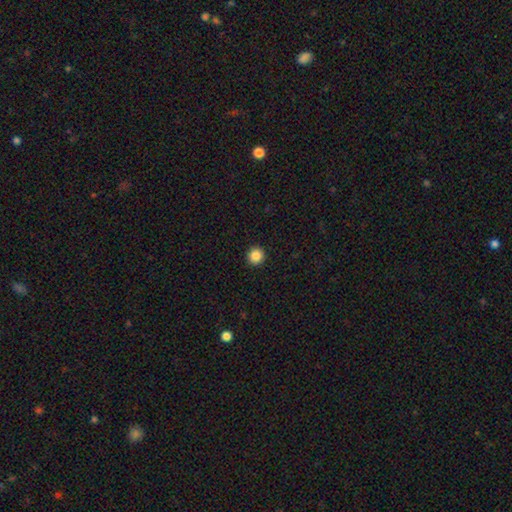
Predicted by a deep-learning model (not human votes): smooth-or-featured: smooth: 86% | star or artifact: 10% | featured or disk: 4%
  how-rounded: round: 95% | in between: 4% | cigar-shaped: 1%
  merging: none: 94% | minor disturbance: 4% | major disturbance: 1% | merger: 1%